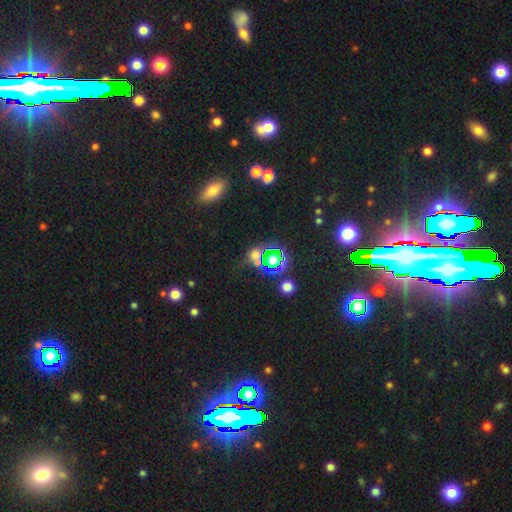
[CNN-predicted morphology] A star or artifact, not a galaxy (60%).

Vote fractions:
- Smooth or featured? star or artifact: 60% / smooth: 31% / featured or disk: 10%